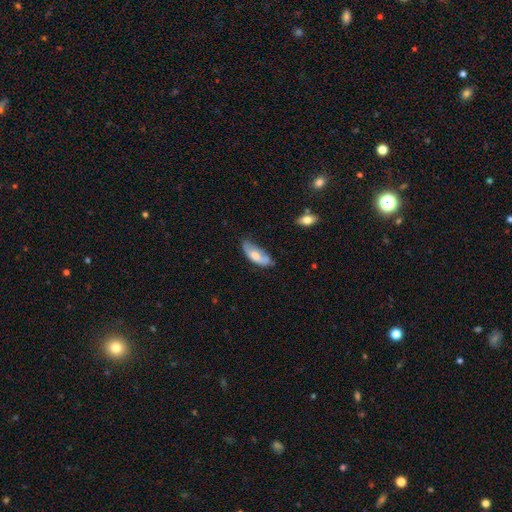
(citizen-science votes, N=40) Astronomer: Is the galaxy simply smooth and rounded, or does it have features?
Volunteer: smooth — 65%.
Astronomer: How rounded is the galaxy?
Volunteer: in between — 88%.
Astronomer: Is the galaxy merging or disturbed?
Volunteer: none — 53% (runner-up: minor disturbance, 34%).